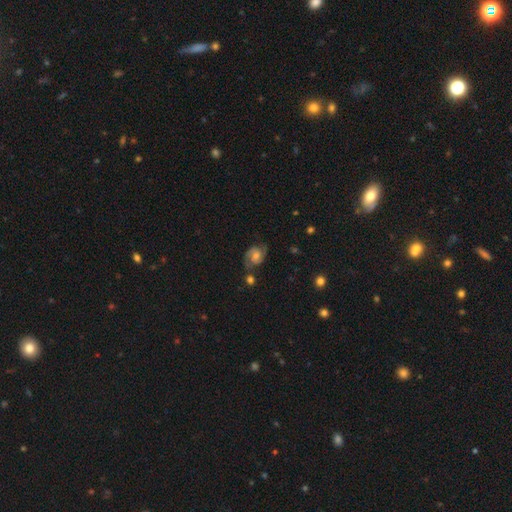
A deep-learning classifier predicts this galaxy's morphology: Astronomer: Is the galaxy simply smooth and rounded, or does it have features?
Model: featured or disk — 78%.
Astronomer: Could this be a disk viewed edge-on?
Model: no — 97%.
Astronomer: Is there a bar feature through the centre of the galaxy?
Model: no — 60%.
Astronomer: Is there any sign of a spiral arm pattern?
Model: yes — 95%.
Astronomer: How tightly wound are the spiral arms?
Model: medium — 53% (runner-up: tight, 29%).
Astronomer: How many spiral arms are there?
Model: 2 — 90%.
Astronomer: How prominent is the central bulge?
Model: moderate — 53% (runner-up: small, 32%).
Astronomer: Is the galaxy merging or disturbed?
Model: none — 71%.